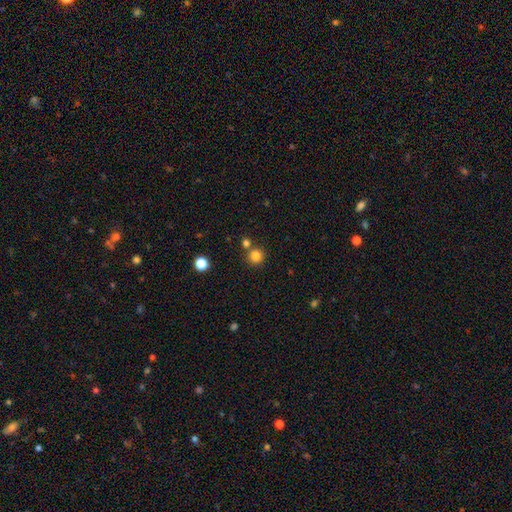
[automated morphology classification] This is clearly a smooth galaxy (82%). How rounded: clearly round (94%). Merging: likely none (76%).